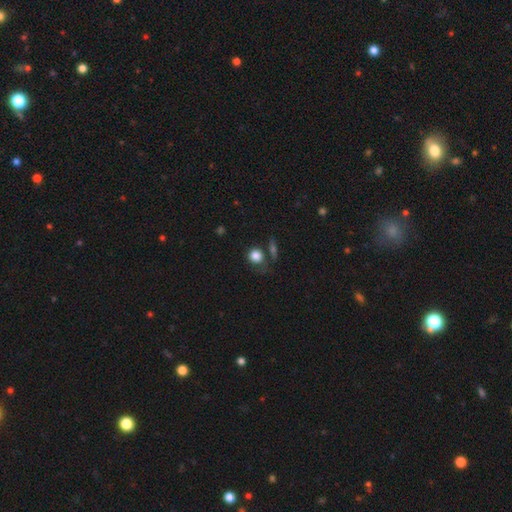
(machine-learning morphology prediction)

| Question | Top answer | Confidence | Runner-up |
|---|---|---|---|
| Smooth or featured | smooth | 83% | star or artifact (10%) |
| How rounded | round | 80% | in between (19%) |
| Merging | none | 60% | minor disturbance (19%) |